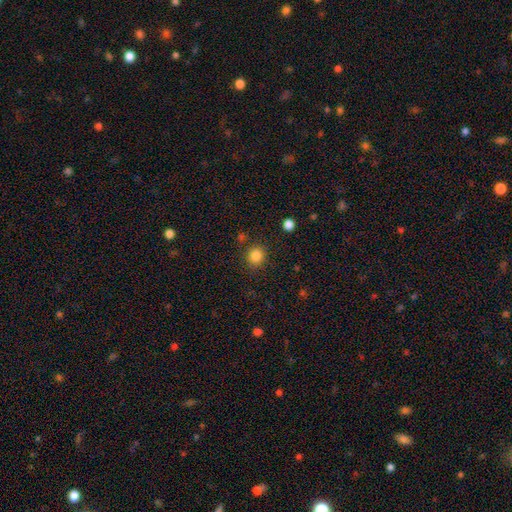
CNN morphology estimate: A smooth galaxy with no disk features (85%) that is round (81%).

Vote fractions:
- Smooth or featured? smooth: 85% / star or artifact: 11% / featured or disk: 4%
- How rounded? round: 81% / in between: 18% / cigar-shaped: 1%
- Merging? none: 85% / minor disturbance: 8% / major disturbance: 3% / merger: 3%